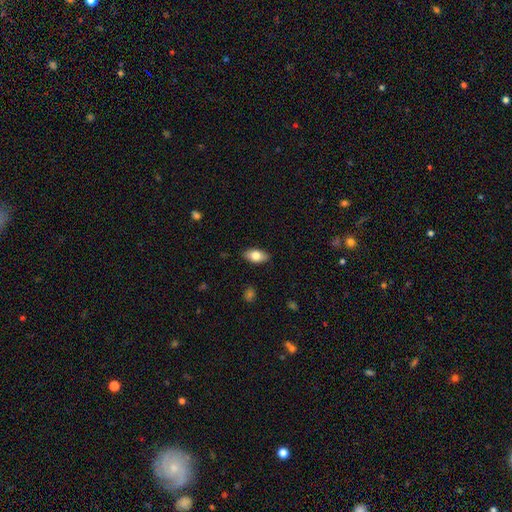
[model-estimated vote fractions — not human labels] smooth_or_featured: smooth (p=0.78) [alt: featured or disk p=0.15]
how_rounded: in between (p=0.91) [alt: round p=0.05]
merging: none (p=0.87) [alt: minor disturbance p=0.10]